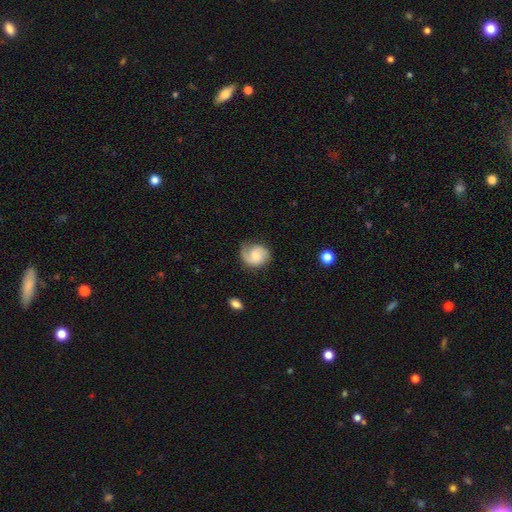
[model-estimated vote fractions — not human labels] Smooth or featured?
  - featured or disk: 64% *
  - smooth: 29%
  - star or artifact: 7%
Edge-on disk?
  - no: 98% *
  - yes: 2%
Bar?
  - no: 62% *
  - weak: 34%
  - strong: 5%
Spiral arms?
  - yes: 93% *
  - no: 7%
Spiral winding?
  - medium: 41% *
  - tight: 37%
  - loose: 23%
Spiral arm count?
  - 2: 48% *
  - 1: 43%
  - can't tell: 7%
  - 3: 1%
  - 4: 1%
  - more than 4: 1%
Bulge size?
  - moderate: 44% *
  - small: 37%
  - none: 10%
  - large: 8%
  - dominant: 2%
Merging?
  - none: 63% *
  - minor disturbance: 24%
  - major disturbance: 12%
  - merger: 2%